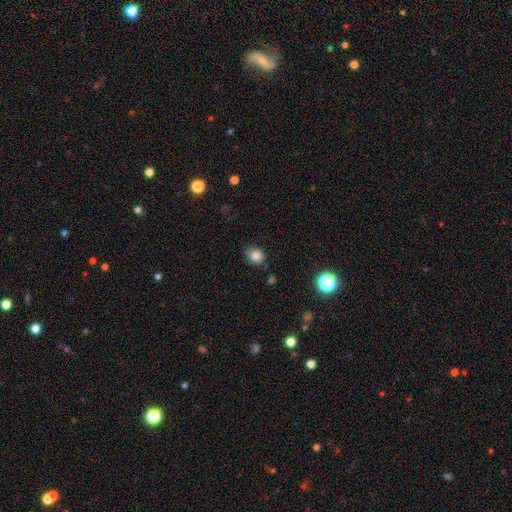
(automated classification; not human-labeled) smooth-or-featured: smooth: 83% | star or artifact: 11% | featured or disk: 5%
  how-rounded: round: 63% | in between: 36% | cigar-shaped: 1%
  merging: none: 74% | minor disturbance: 20% | major disturbance: 4% | merger: 2%